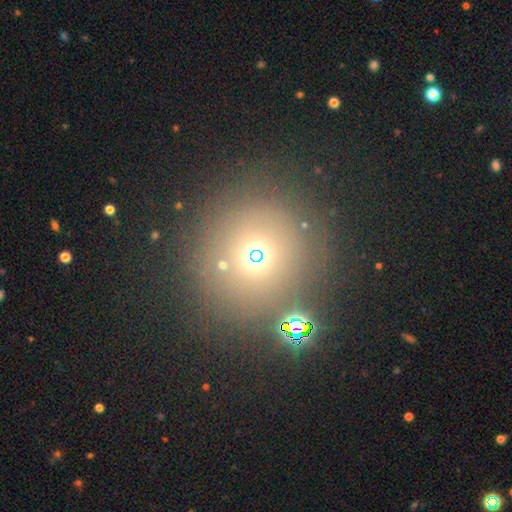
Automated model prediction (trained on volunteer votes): Smooth or featured? smooth (51%)
How rounded? round (84%)
Merging? none (78%)